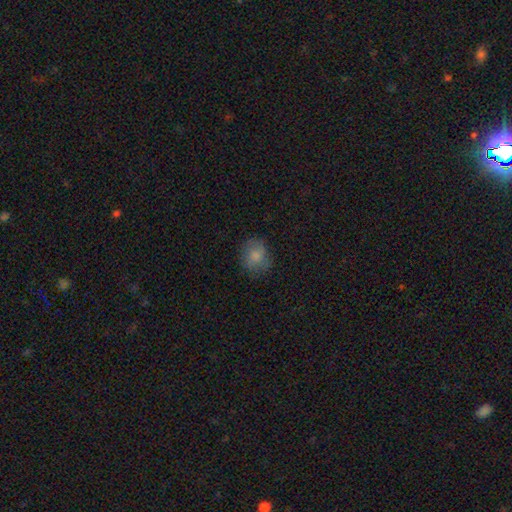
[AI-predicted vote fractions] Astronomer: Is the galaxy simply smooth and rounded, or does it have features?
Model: smooth — 80%.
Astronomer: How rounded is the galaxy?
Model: round — 69%.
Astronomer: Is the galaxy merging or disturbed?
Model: none — 75%.